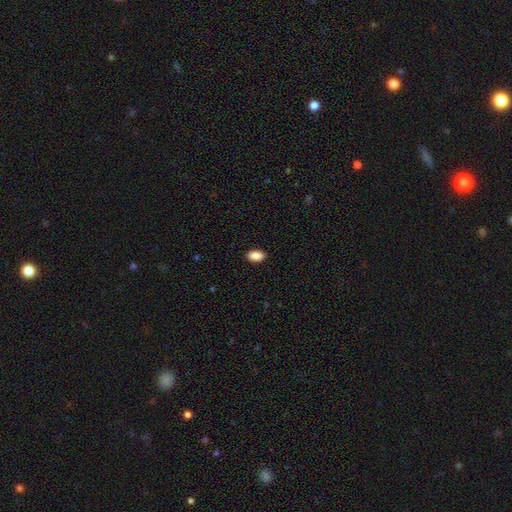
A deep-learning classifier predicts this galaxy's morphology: This appears to be a smooth galaxy with no disk features (89%) that is in between round and cigar-shaped (92%). Merging: none (89%).